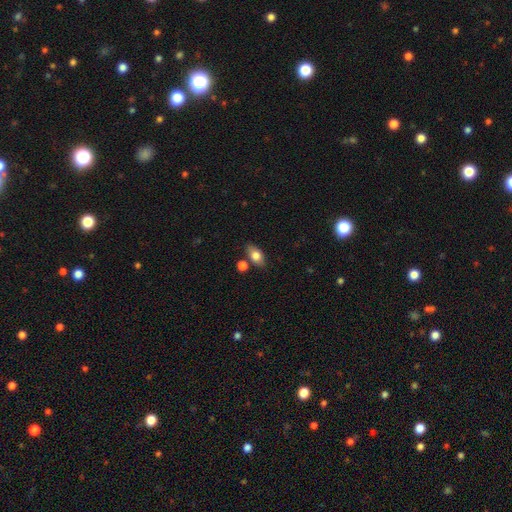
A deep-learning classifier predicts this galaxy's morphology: type=smooth (78%); roundness=in between (87%); merging=none (75%).